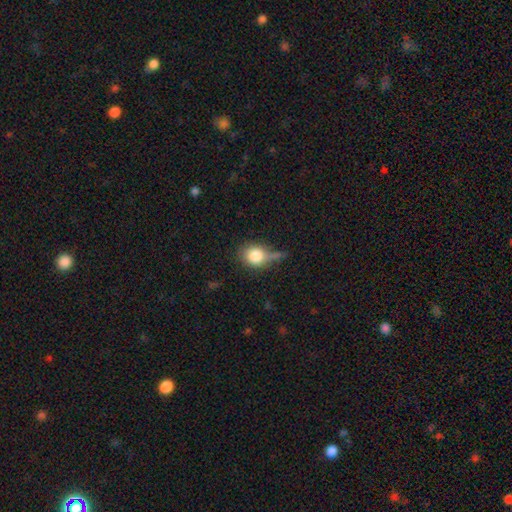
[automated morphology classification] smooth 78%, featured or disk 12%, star or artifact 10%. Down the decision tree: how rounded — round (64%); merging — none (41%).